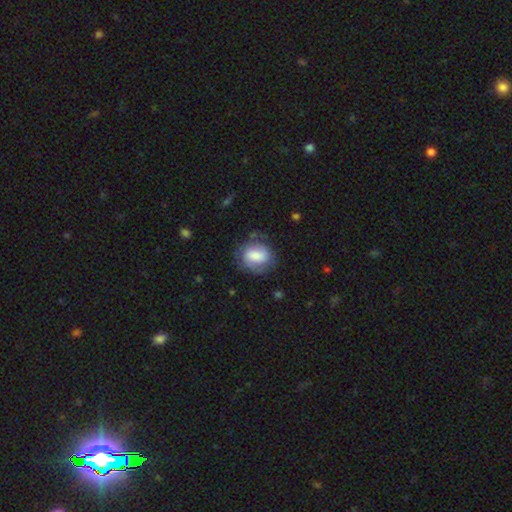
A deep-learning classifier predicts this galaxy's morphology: Overall: smooth (54%; featured or disk 38%). How rounded: round (54%; in between 45%). Merging: none (64%).